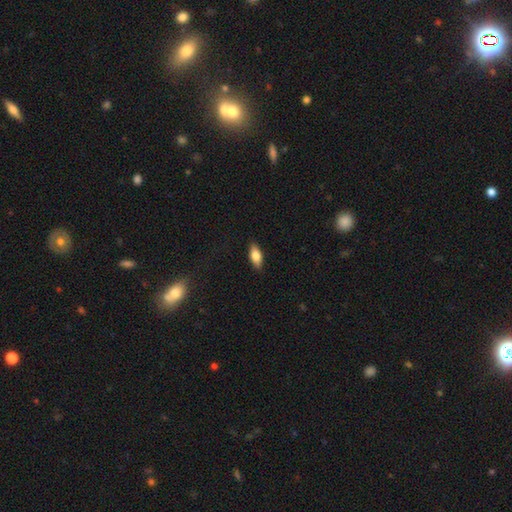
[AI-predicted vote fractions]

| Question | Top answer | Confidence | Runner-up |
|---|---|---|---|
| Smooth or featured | smooth | 79% | featured or disk (15%) |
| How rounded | in between | 84% | cigar-shaped (13%) |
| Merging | none | 88% | minor disturbance (9%) |